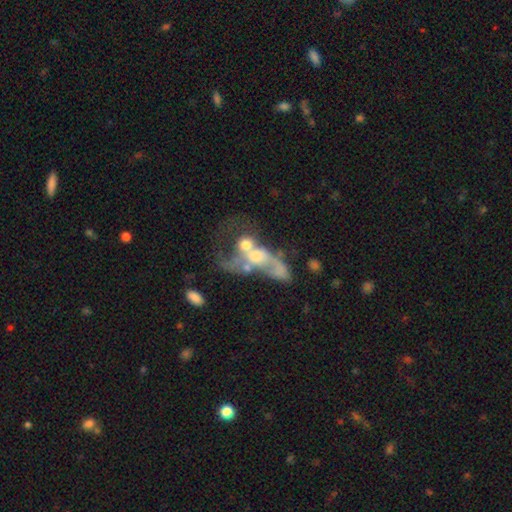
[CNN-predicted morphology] smooth-or-featured: featured or disk: 61% | smooth: 26% | star or artifact: 14%
  disk-edge-on: no: 93% | yes: 7%
    bar: no: 83% | weak: 13% | strong: 4%
    has-spiral-arms: no: 70% | yes: 30%
    bulge-size: moderate: 40% | none: 24% | small: 21% | large: 12% | dominant: 3%
  merging: merger: 56% | major disturbance: 26% | none: 12% | minor disturbance: 6%